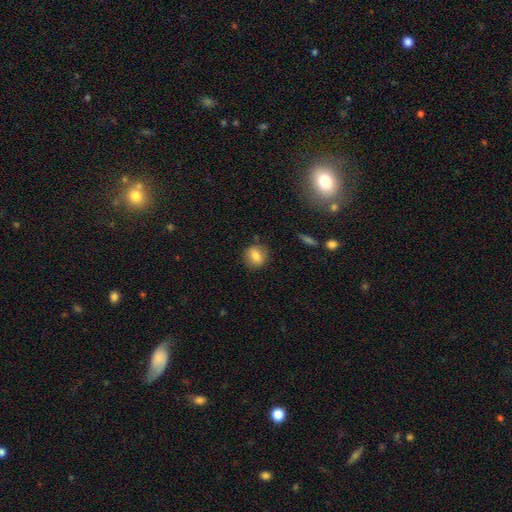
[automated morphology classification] Smooth or featured? Predicted: smooth (p=0.78). How rounded? Predicted: round (p=0.65). Merging? Predicted: none (p=0.83).